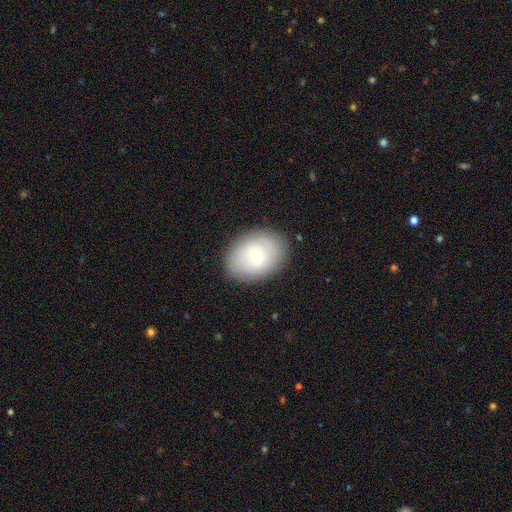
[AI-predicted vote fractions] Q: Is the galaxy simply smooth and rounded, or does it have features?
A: smooth — 58%.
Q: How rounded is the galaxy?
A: in between — 69%.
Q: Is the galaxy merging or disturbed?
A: none — 86%.